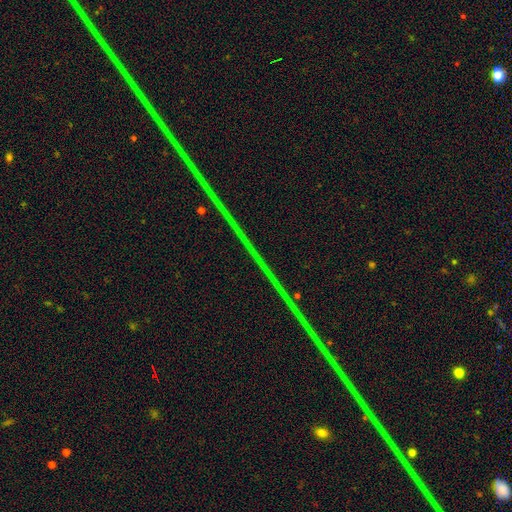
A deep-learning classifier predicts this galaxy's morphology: smooth_or_featured: star or artifact (p=0.89) [alt: featured or disk p=0.06]